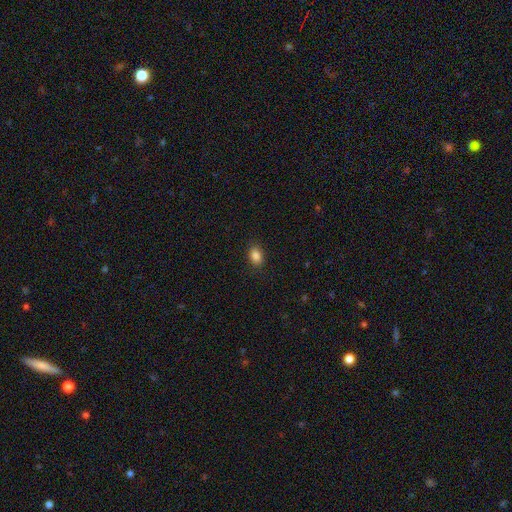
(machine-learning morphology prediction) This is clearly a smooth galaxy (86%). How rounded: likely in between (75%). Merging: clearly none (87%).